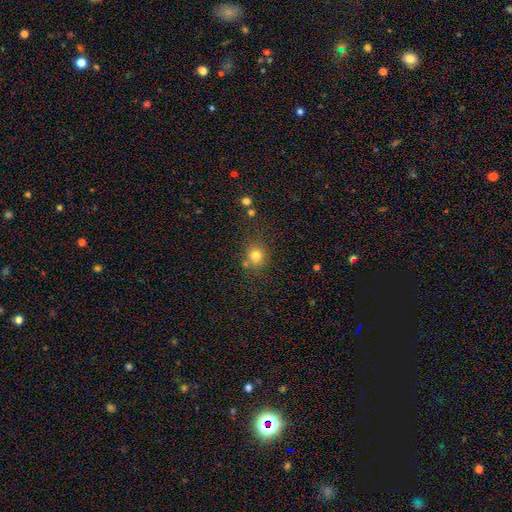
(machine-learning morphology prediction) smooth-or-featured: smooth: 79% | star or artifact: 14% | featured or disk: 7%
  how-rounded: round: 85% | in between: 14% | cigar-shaped: 1%
  merging: none: 75% | minor disturbance: 12% | merger: 9% | major disturbance: 4%